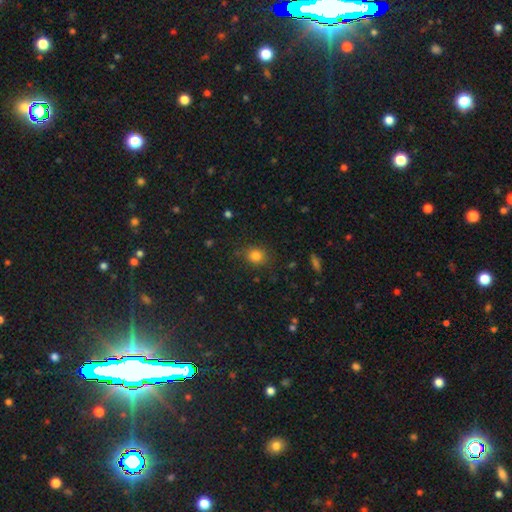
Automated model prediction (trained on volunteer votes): Morphology: type=smooth (81%); roundness=round (68%); merging=none (81%).